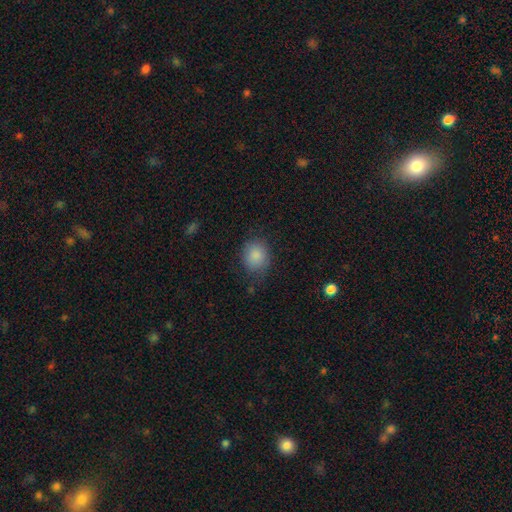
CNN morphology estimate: Q: Smooth or featured?
A: smooth (86%); runner-up: star or artifact (9%)
Q: How rounded?
A: round (68%); runner-up: in between (31%)
Q: Merging?
A: none (76%); runner-up: minor disturbance (17%)